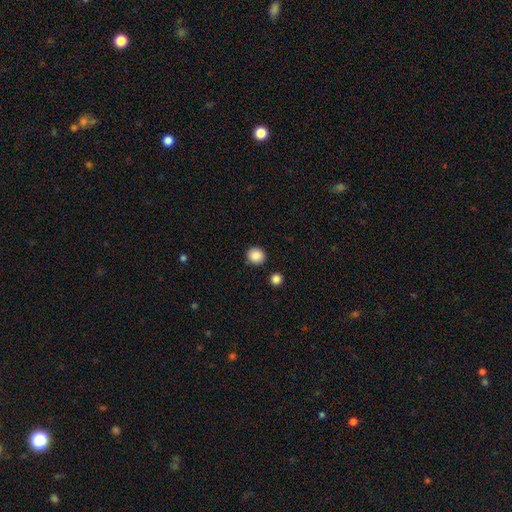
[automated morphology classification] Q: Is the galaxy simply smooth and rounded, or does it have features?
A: smooth — 88%.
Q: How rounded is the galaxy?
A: round — 86%.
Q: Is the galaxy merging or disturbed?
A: none — 88%.